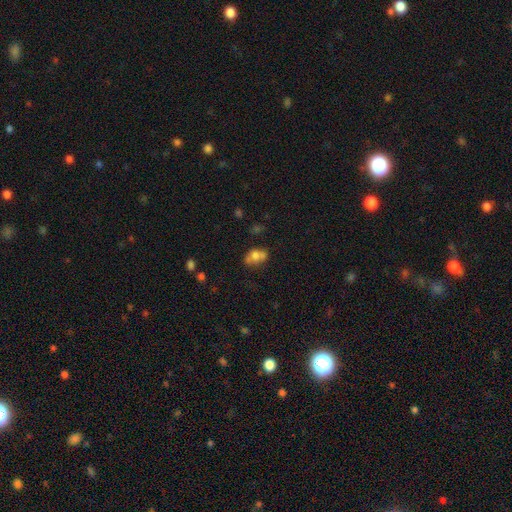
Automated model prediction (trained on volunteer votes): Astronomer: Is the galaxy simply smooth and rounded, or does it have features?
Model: smooth — 61%.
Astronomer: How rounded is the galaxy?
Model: in between — 72%.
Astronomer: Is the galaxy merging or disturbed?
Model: none — 42% (runner-up: merger, 31%).